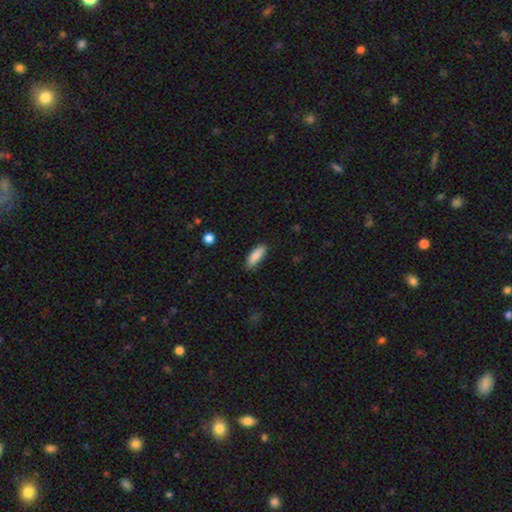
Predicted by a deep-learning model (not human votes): This is clearly a smooth galaxy (89%). How rounded: likely in between (67%). Merging: clearly none (83%).